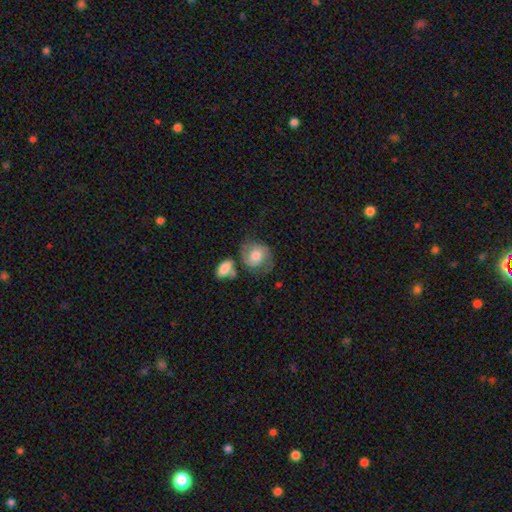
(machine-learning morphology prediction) Smooth or featured: smooth — 51% (featured or disk — 42%)
How rounded: round — 64% (in between — 35%)
Merging: none — 51% (minor disturbance — 23%)